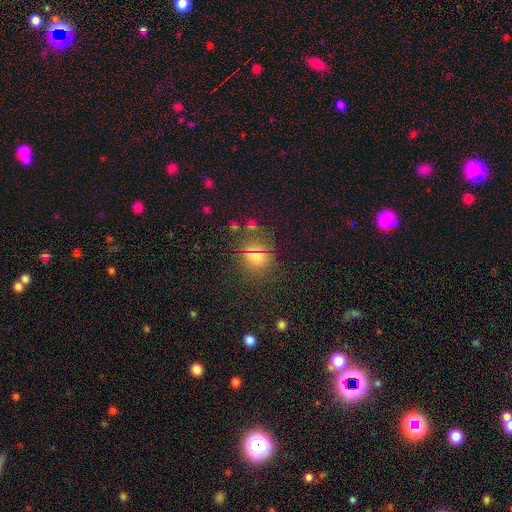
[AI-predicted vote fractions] A smooth galaxy with no disk features (64%) that is round (78%). Merging: none (80%).